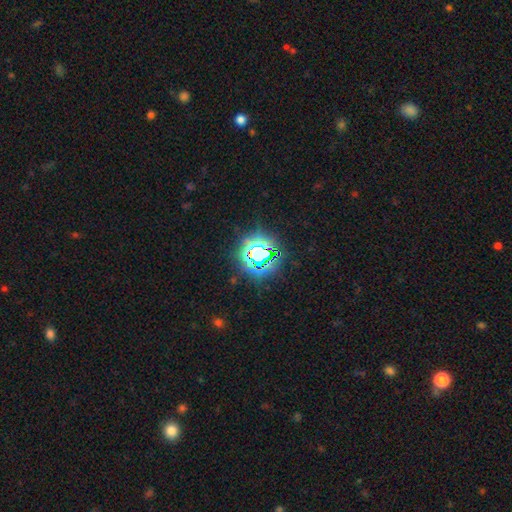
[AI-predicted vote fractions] Smooth or featured? star or artifact (75%)